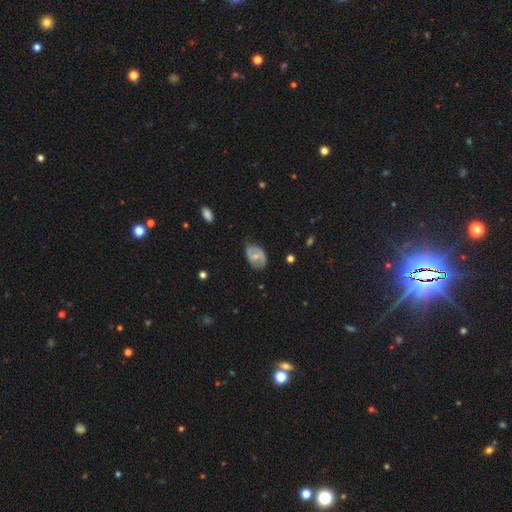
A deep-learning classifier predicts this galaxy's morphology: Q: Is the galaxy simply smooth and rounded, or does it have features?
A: featured or disk — 56%.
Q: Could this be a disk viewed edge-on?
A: no — 95%.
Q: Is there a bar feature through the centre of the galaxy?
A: no — 43%.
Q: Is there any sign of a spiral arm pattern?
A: yes — 61%.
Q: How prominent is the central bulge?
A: small — 49%.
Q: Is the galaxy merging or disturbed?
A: none — 67%.